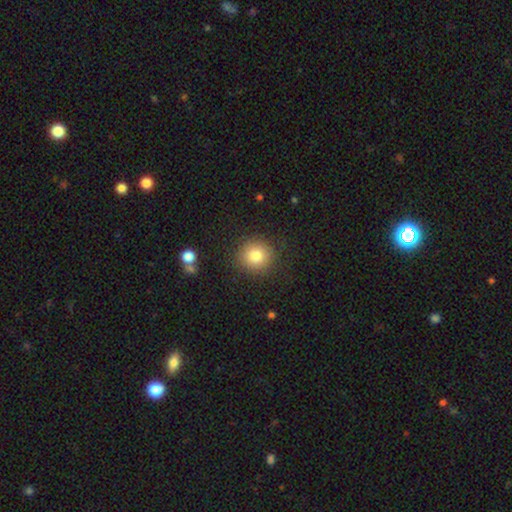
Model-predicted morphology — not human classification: Smooth or featured? smooth (82%)
How rounded? round (91%)
Merging? none (86%)